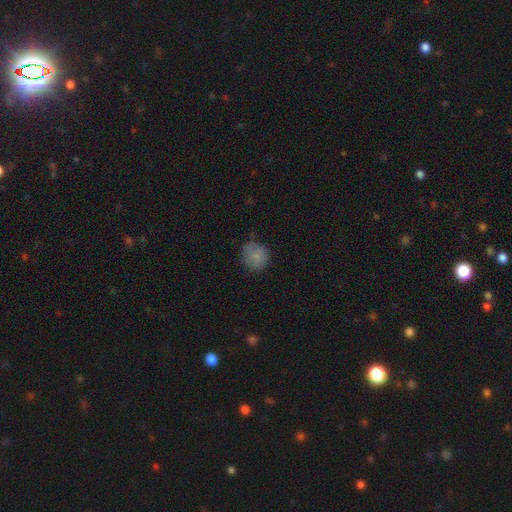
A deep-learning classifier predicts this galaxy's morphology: smooth_or_featured: smooth (p=0.82) [alt: star or artifact p=0.09]
how_rounded: round (p=0.87) [alt: in between p=0.12]
merging: none (p=0.70) [alt: minor disturbance p=0.23]